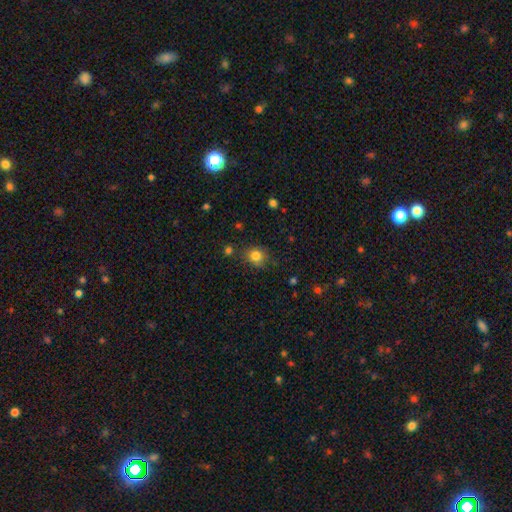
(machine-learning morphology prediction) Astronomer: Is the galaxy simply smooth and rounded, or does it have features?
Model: smooth — 82%.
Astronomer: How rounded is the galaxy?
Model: round — 75%.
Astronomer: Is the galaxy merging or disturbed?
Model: none — 77%.